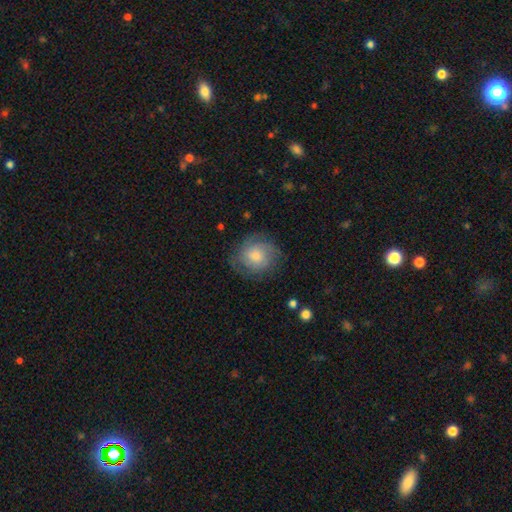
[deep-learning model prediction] The model was most divided on "smooth or featured": smooth: 59%, featured or disk: 32%, star or artifact: 8%. More confident: how rounded — round (82%); merging — none (75%).